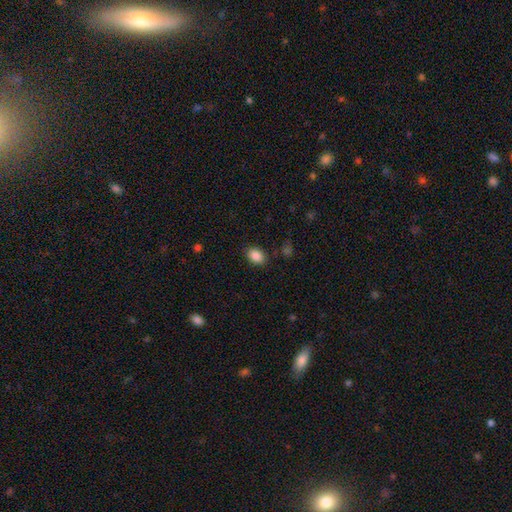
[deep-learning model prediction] Overall: smooth (87%). How rounded: in between (78%). Merging: none (84%).